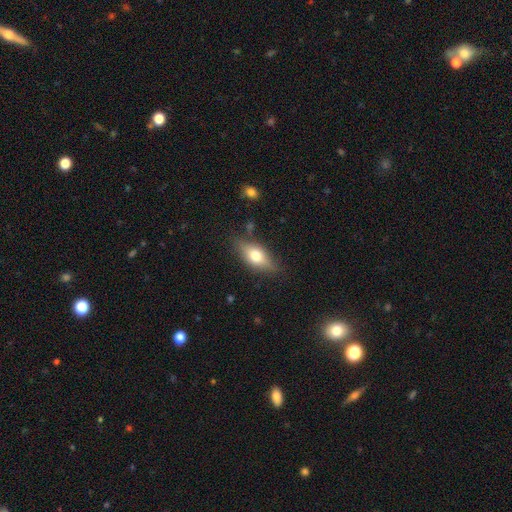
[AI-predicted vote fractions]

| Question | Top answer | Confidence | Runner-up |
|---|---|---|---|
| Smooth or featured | smooth | 62% | featured or disk (31%) |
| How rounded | in between | 78% | cigar-shaped (16%) |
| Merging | none | 78% | minor disturbance (16%) |